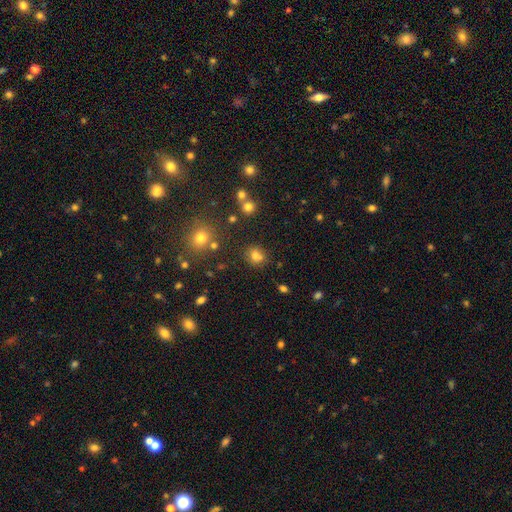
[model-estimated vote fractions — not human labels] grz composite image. It shows a smooth galaxy with no disk features (74%) that is round (71%). Merging: none (64%).